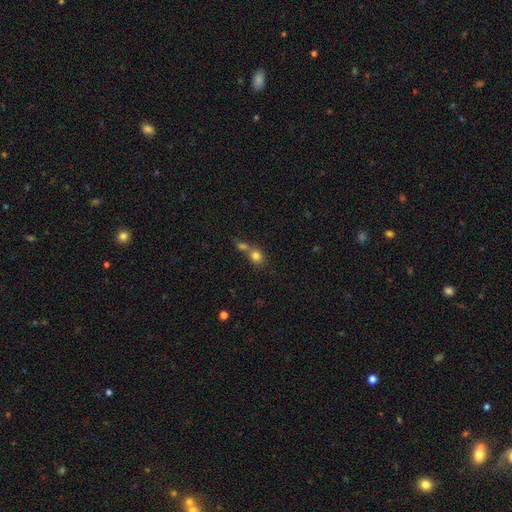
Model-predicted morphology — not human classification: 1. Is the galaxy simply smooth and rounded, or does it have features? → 79% smooth, 11% star or artifact, 9% featured or disk.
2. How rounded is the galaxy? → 61% round, 37% in between, 2% cigar-shaped.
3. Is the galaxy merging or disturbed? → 54% merger, 34% none, 8% minor disturbance, 4% major disturbance.